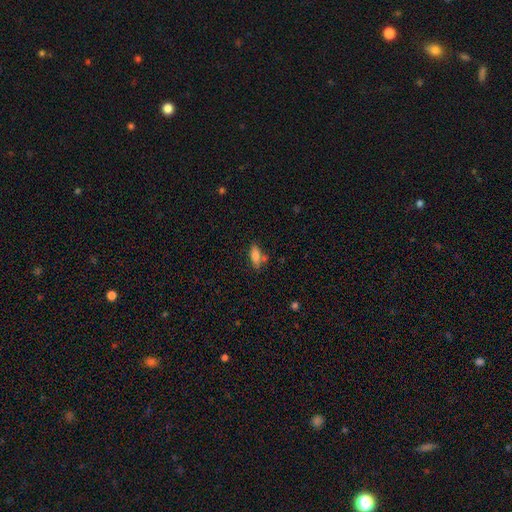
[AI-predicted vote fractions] Morphology: type=smooth (75%); roundness=in between (68%); merging=none (66%).